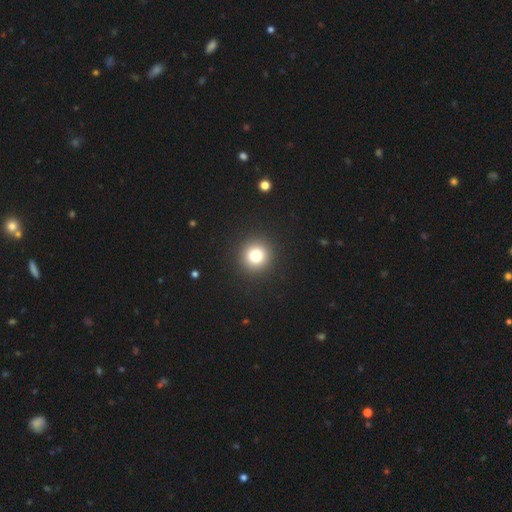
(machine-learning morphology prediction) smooth_or_featured: smooth (p=0.80) [alt: star or artifact p=0.13]
how_rounded: round (p=0.95) [alt: in between p=0.04]
merging: none (p=0.93) [alt: minor disturbance p=0.04]